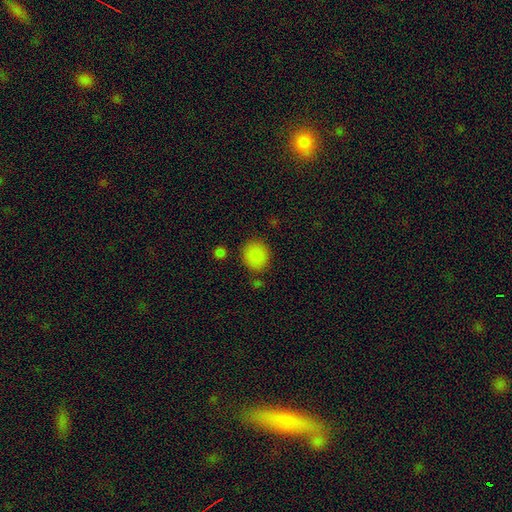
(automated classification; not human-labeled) The model was most divided on "how rounded": round: 81%, in between: 18%, cigar-shaped: 1%. More confident: smooth or featured — smooth (87%); merging — none (82%).